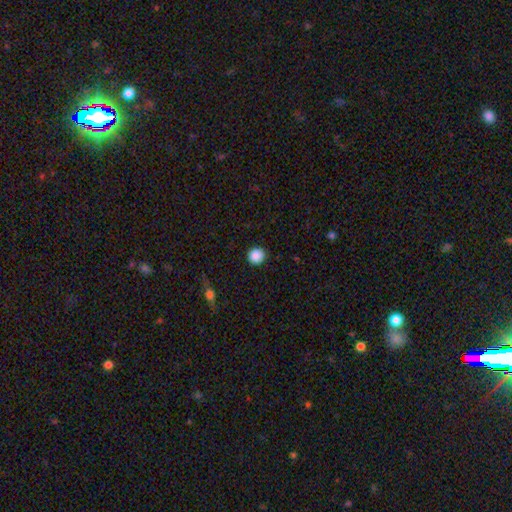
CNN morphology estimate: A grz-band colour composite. It shows a smooth galaxy with no disk features (88%) that is round (92%). Merging: none (92%).